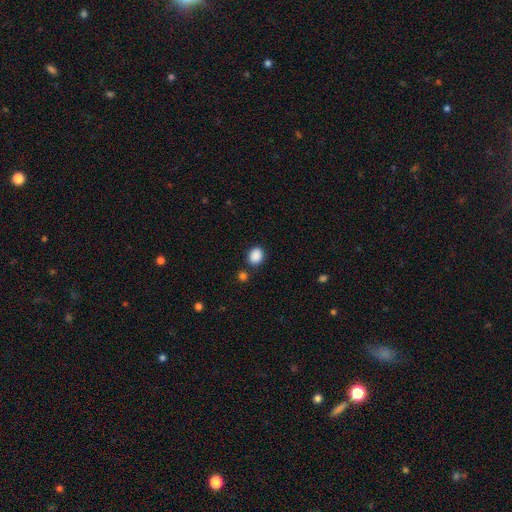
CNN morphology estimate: Q: Smooth or featured?
A: smooth (88%); runner-up: star or artifact (9%)
Q: How rounded?
A: in between (50%); runner-up: round (49%)
Q: Merging?
A: none (80%); runner-up: minor disturbance (11%)